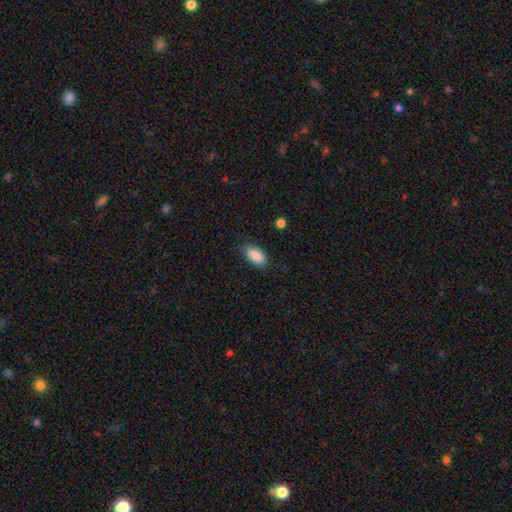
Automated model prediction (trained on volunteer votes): A smooth galaxy with no disk features (89%) that is in between round and cigar-shaped (92%). Merging: none (81%).